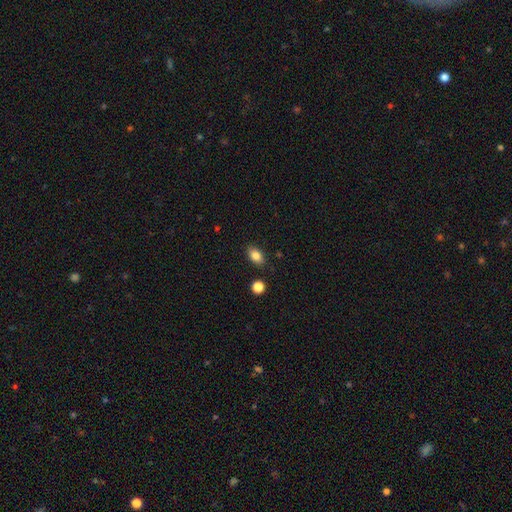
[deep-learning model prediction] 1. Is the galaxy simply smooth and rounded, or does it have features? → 84% smooth, 9% star or artifact, 7% featured or disk.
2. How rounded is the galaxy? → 85% in between, 13% round, 2% cigar-shaped.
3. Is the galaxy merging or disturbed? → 85% none, 10% minor disturbance, 3% merger, 2% major disturbance.